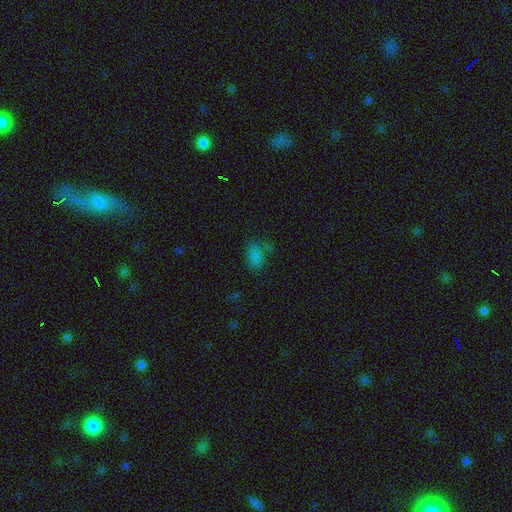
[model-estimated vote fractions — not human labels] Morphology: type=smooth (77%); roundness=in between (84%); merging=none (64%).